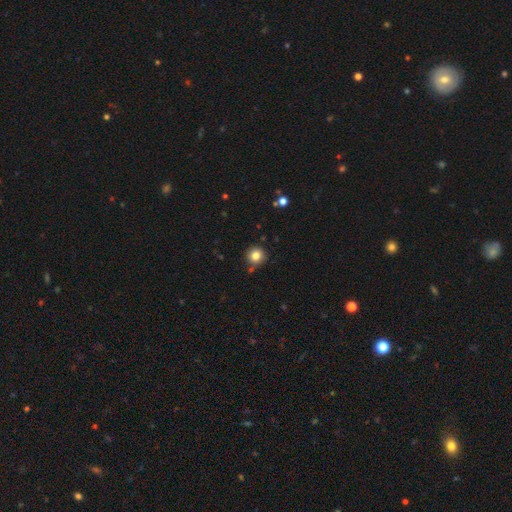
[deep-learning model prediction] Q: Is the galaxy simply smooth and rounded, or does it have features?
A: smooth — 83%.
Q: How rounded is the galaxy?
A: round — 93%.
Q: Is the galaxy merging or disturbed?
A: none — 83%.